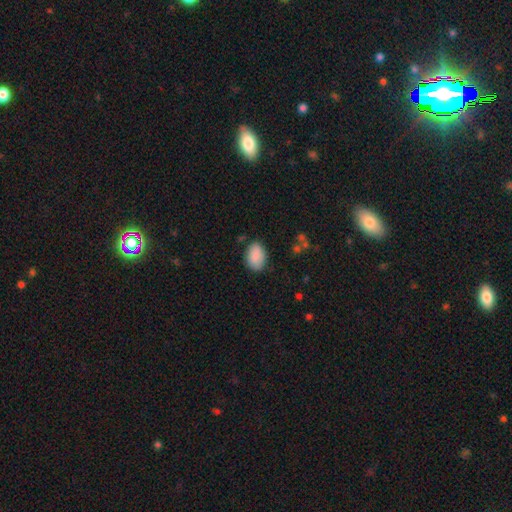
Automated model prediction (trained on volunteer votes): Smooth or featured? Predicted: smooth (p=0.88). How rounded? Predicted: in between (p=0.88). Merging? Predicted: none (p=0.78).